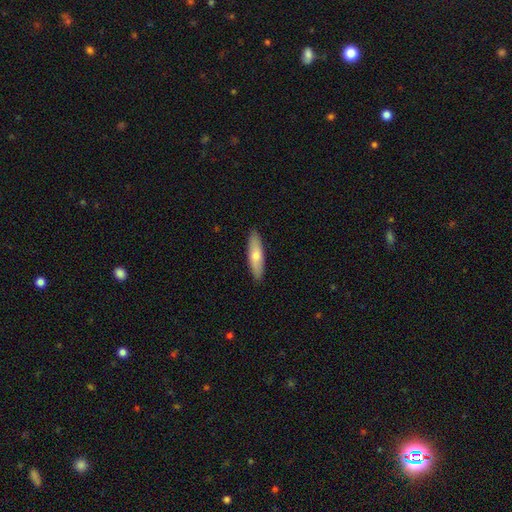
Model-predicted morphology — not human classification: smooth_or_featured: smooth (p=0.62) [alt: featured or disk p=0.32]
how_rounded: cigar-shaped (p=0.72) [alt: in between p=0.26]
merging: none (p=0.91) [alt: minor disturbance p=0.07]